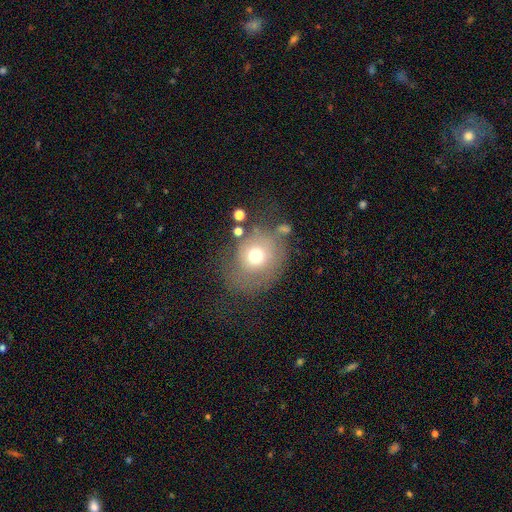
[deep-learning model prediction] Smooth or featured?
  - smooth: 57% *
  - featured or disk: 27%
  - star or artifact: 16%
How rounded?
  - round: 68% *
  - in between: 31%
  - cigar-shaped: 1%
Merging?
  - none: 56% *
  - minor disturbance: 22%
  - major disturbance: 14%
  - merger: 8%